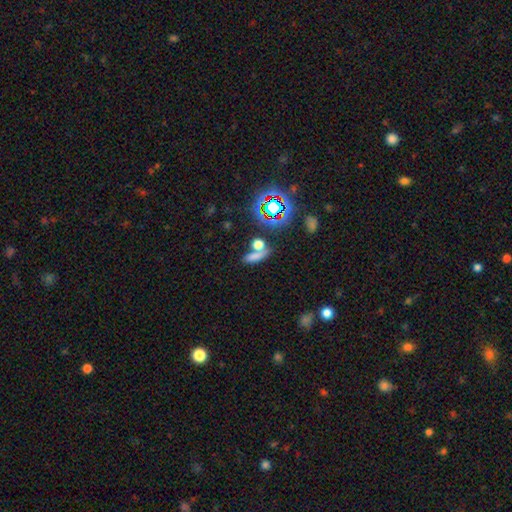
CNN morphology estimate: A smooth galaxy with no disk features (64%) that is in between round and cigar-shaped (48%). Merging: none (51%).